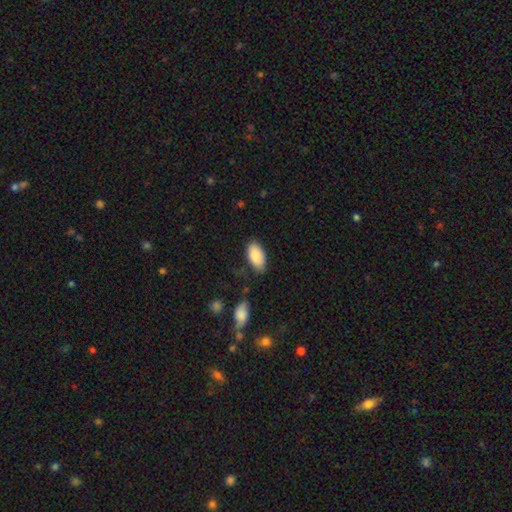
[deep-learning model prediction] This appears to be a smooth galaxy with no disk features (86%) that is in between round and cigar-shaped (94%). Merging: none (80%).